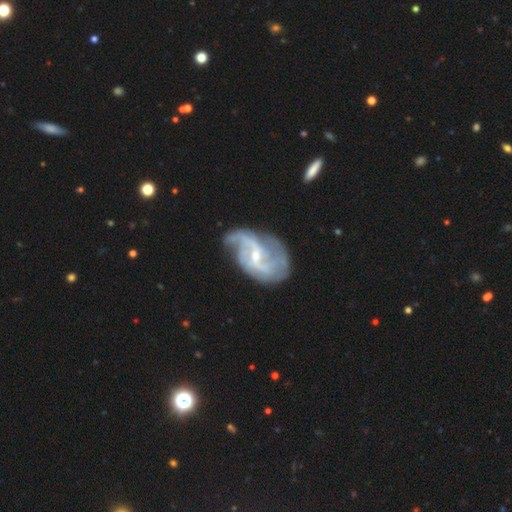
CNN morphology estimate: smooth-or-featured: featured or disk: 88% | smooth: 6% | star or artifact: 6%
  disk-edge-on: no: 97% | yes: 3%
    bar: weak: 52% | no: 27% | strong: 21%
    has-spiral-arms: yes: 95% | no: 5%
      spiral-winding: medium: 41% | loose: 40% | tight: 18%
      spiral-arm-count: 2: 52% | can't tell: 16% | 3: 15% | 4: 6% | 1: 6% | more than 4: 5%
    bulge-size: small: 69% | moderate: 26% | none: 2% | large: 1% | dominant: 1%
  merging: none: 56% | minor disturbance: 25% | major disturbance: 16% | merger: 3%